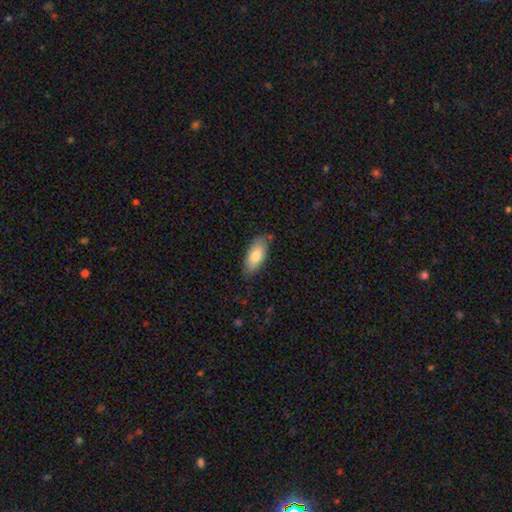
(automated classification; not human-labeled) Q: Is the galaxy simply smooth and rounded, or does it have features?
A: smooth — 79%.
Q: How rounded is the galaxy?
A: in between — 85%.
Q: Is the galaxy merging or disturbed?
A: none — 76%.